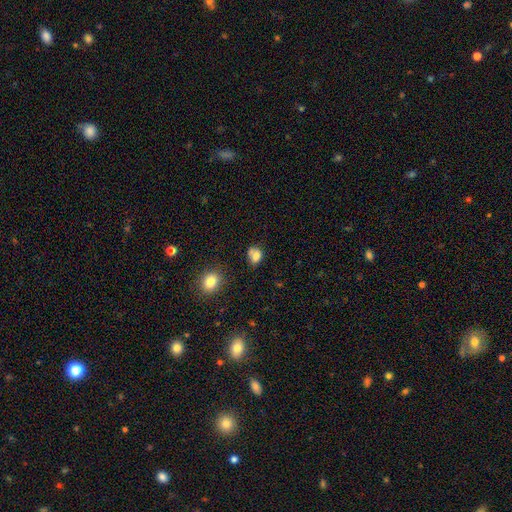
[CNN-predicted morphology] smooth-or-featured: smooth: 77% | featured or disk: 12% | star or artifact: 11%
  how-rounded: in between: 53% | round: 45% | cigar-shaped: 1%
  merging: none: 47% | minor disturbance: 25% | merger: 18% | major disturbance: 10%